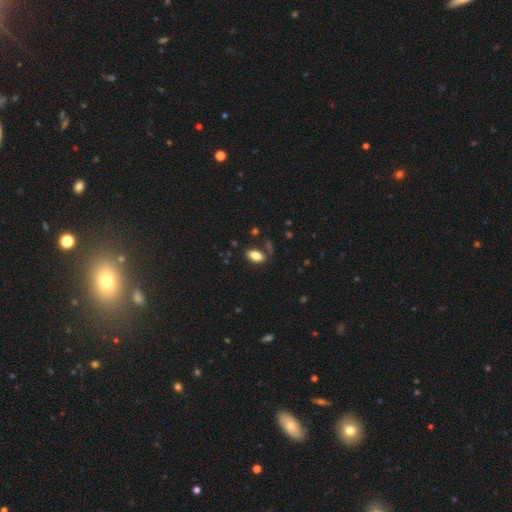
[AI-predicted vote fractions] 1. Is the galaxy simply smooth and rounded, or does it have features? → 81% smooth, 11% featured or disk, 8% star or artifact.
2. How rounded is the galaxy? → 91% in between, 5% cigar-shaped, 4% round.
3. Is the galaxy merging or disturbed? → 75% none, 14% minor disturbance, 6% merger, 5% major disturbance.